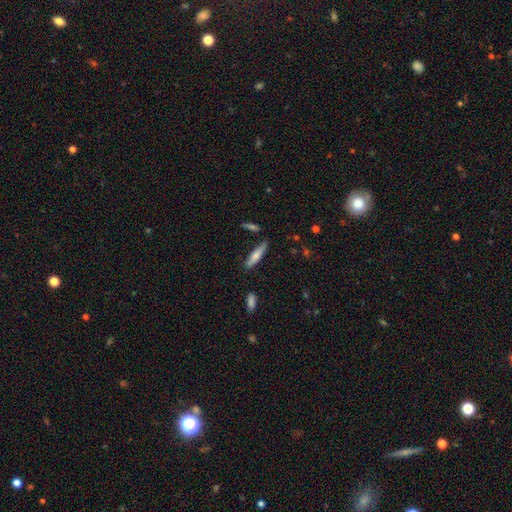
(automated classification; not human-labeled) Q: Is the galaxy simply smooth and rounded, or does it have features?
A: smooth — 69%.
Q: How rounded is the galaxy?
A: cigar-shaped — 80%.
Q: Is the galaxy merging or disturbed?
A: none — 78%.